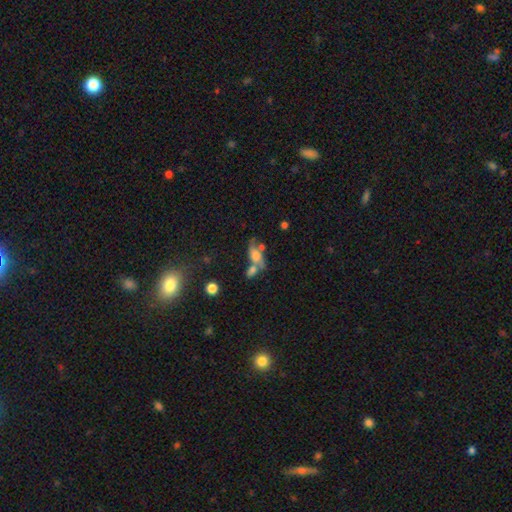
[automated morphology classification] A smooth galaxy with no disk features (51%) that is in between round and cigar-shaped (76%). Merging: merger (43%).